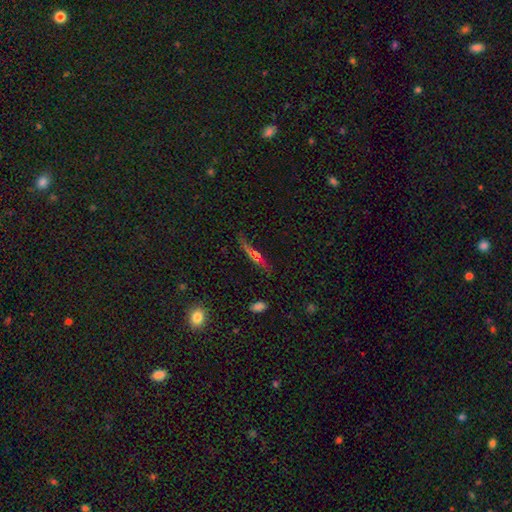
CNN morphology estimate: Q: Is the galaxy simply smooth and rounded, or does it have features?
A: featured or disk — 44%.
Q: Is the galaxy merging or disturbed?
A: none — 71%.